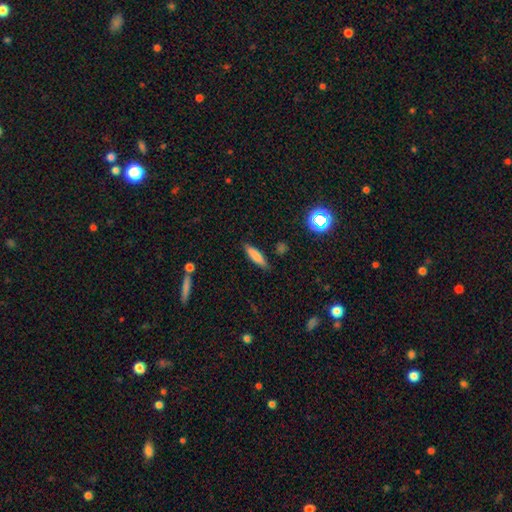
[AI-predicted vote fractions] smooth 78%, featured or disk 13%, star or artifact 9%. Down the decision tree: how rounded — cigar-shaped (66%); merging — none (84%).